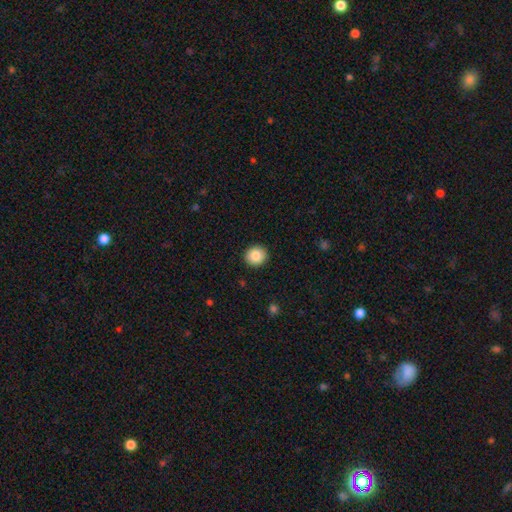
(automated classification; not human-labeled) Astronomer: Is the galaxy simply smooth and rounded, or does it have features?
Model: smooth — 86%.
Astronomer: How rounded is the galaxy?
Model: round — 87%.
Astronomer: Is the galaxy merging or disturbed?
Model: none — 92%.